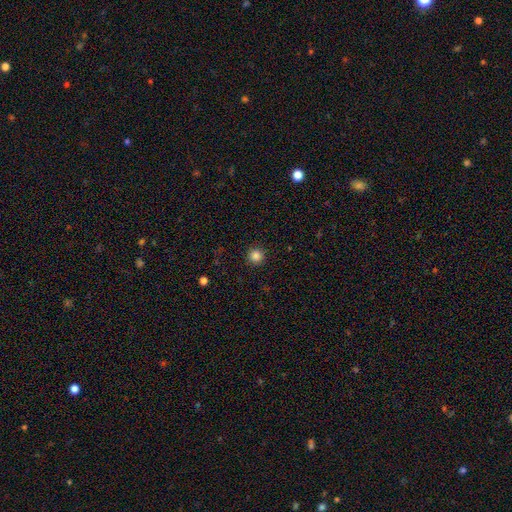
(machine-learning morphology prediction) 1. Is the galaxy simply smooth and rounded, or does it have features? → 85% smooth, 12% star or artifact, 4% featured or disk.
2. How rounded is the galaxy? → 96% round, 3% in between, 1% cigar-shaped.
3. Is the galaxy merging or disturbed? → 93% none, 5% minor disturbance, 2% major disturbance, 1% merger.